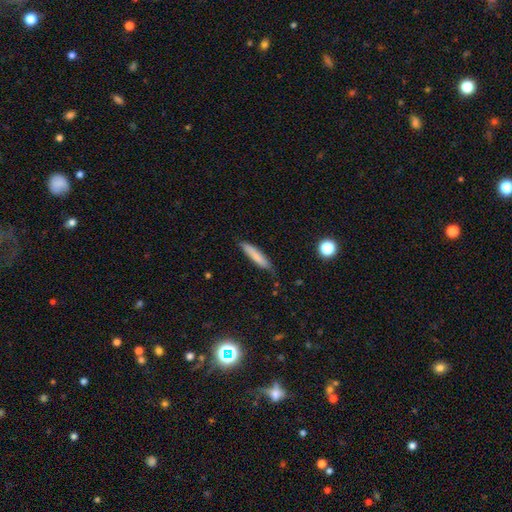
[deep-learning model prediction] Smooth or featured? Predicted: smooth (p=0.78). How rounded? Predicted: cigar-shaped (p=0.86). Merging? Predicted: none (p=0.77).